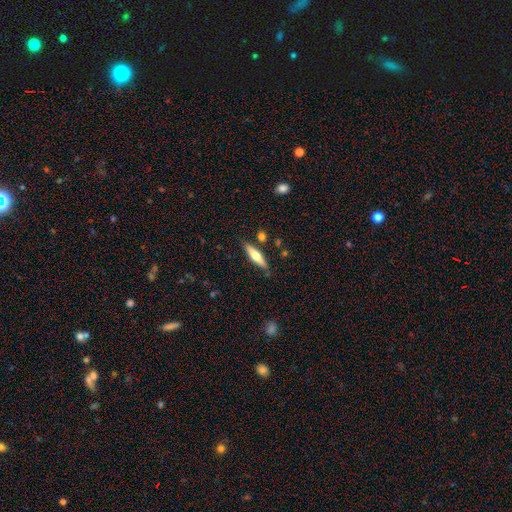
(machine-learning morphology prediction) Smooth or featured: smooth — 49% (featured or disk — 45%)
Merging: none — 83% (minor disturbance — 11%)